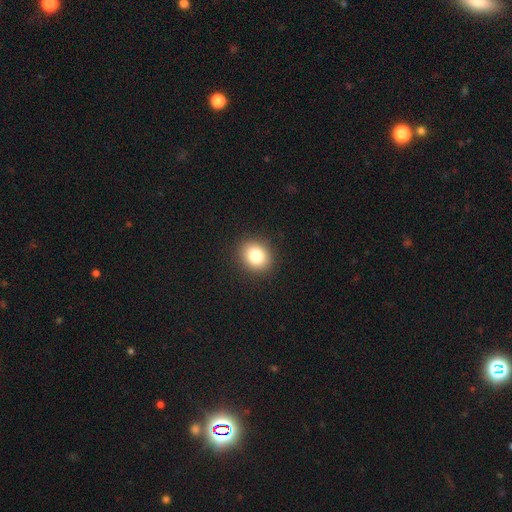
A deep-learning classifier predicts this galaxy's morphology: Smooth or featured: smooth — 81% (star or artifact — 11%)
How rounded: round — 64% (in between — 35%)
Merging: none — 90% (minor disturbance — 6%)